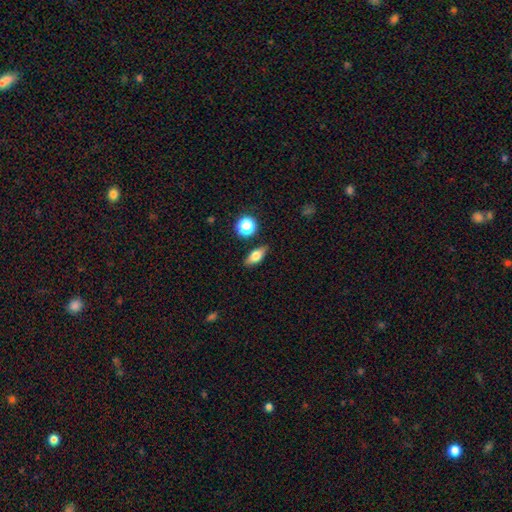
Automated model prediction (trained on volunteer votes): Overall: smooth (68%). How rounded: in between (71%). Merging: none (84%).